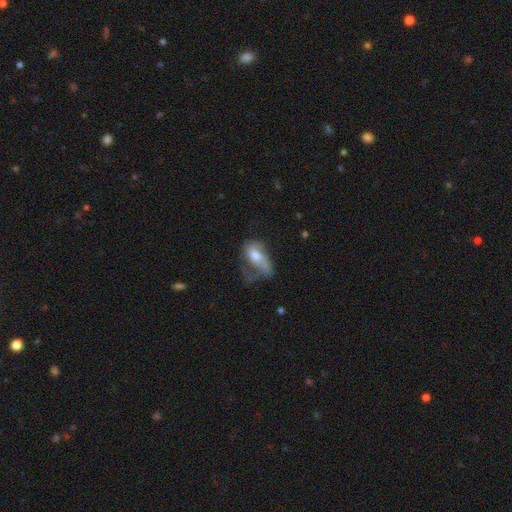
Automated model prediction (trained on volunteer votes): smooth_or_featured: smooth (p=0.53) [alt: featured or disk p=0.39]
how_rounded: in between (p=0.86) [alt: round p=0.08]
merging: major disturbance (p=0.49) [alt: minor disturbance p=0.25]